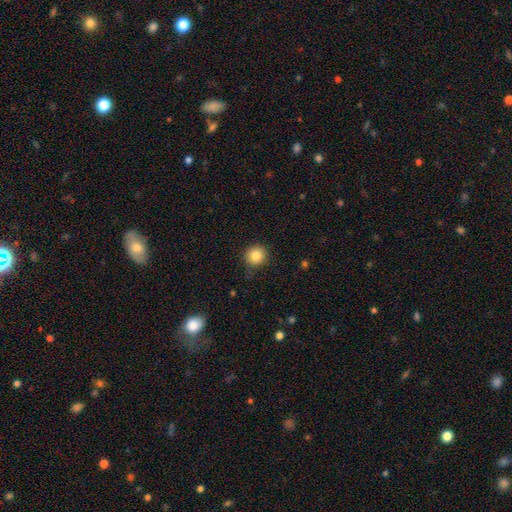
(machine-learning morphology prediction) This is clearly a smooth galaxy (84%). How rounded: clearly round (92%). Merging: clearly none (85%).